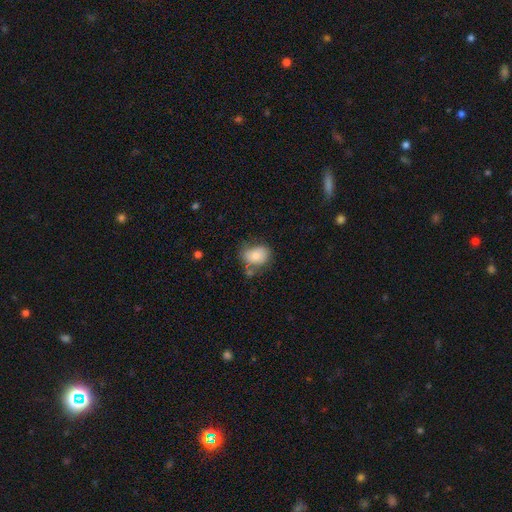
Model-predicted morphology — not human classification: smooth-or-featured: smooth: 74% | featured or disk: 18% | star or artifact: 8%
  how-rounded: in between: 64% | round: 35% | cigar-shaped: 1%
  merging: none: 53% | minor disturbance: 28% | major disturbance: 10% | merger: 10%